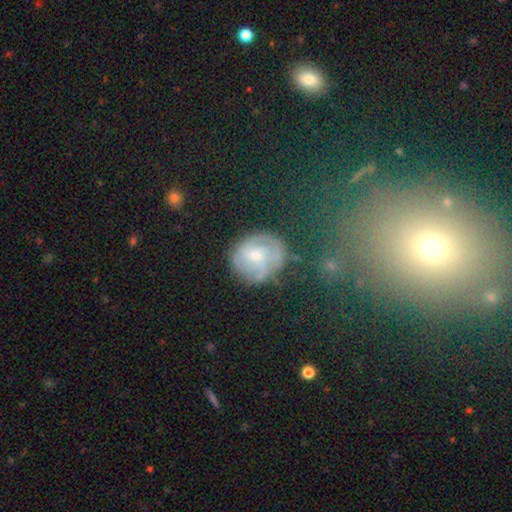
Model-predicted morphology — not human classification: This appears to be a featured or disk galaxy (60%) with no bar (58%), spiral arms (78%) and a small central bulge (60%). Merging: none (67%).